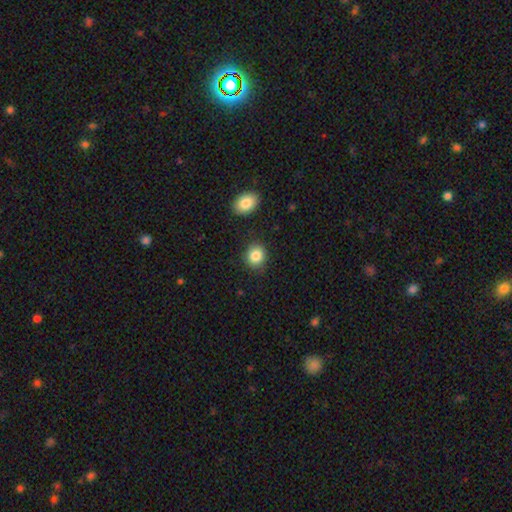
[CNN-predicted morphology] type=smooth (85%); roundness=round (76%); merging=none (86%).